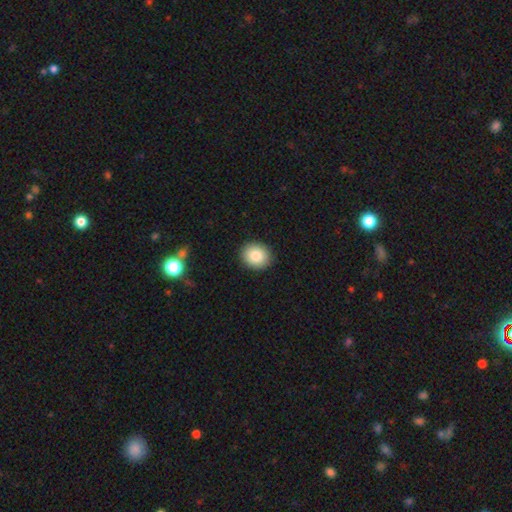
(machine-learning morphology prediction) smooth-or-featured: smooth: 84% | star or artifact: 9% | featured or disk: 7%
  how-rounded: round: 73% | in between: 26% | cigar-shaped: 1%
  merging: none: 91% | minor disturbance: 7% | major disturbance: 2% | merger: 1%